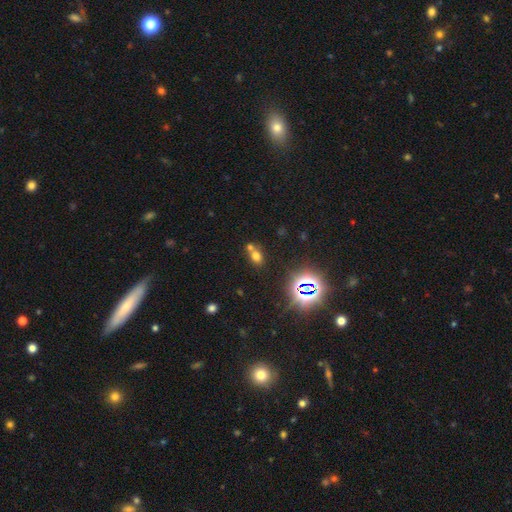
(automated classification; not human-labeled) smooth 61%, star or artifact 27%, featured or disk 12%. Down the decision tree: how rounded — in between (62%); merging — merger (45%).